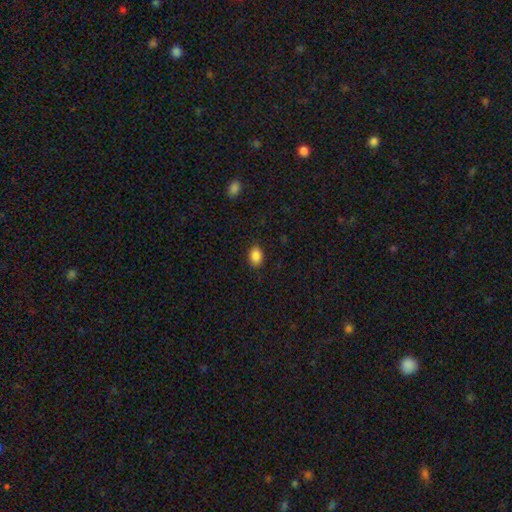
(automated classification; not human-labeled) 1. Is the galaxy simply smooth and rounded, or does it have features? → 87% smooth, 9% star or artifact, 4% featured or disk.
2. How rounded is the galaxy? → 73% in between, 26% round, 1% cigar-shaped.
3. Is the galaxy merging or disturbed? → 85% none, 11% minor disturbance, 2% major disturbance, 1% merger.